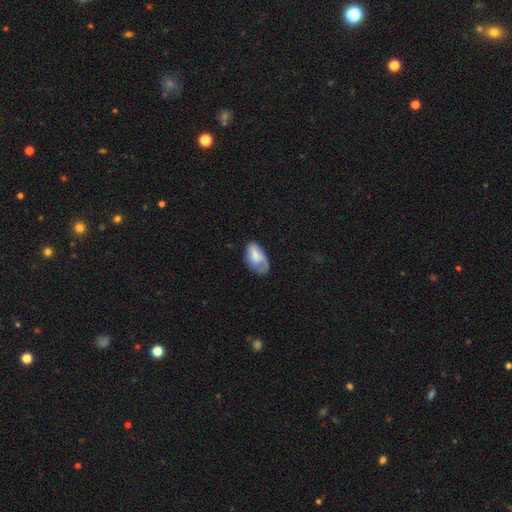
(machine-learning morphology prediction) Overall: smooth (61%; featured or disk 32%). How rounded: in between (93%). Merging: none (36%; minor disturbance 34%).